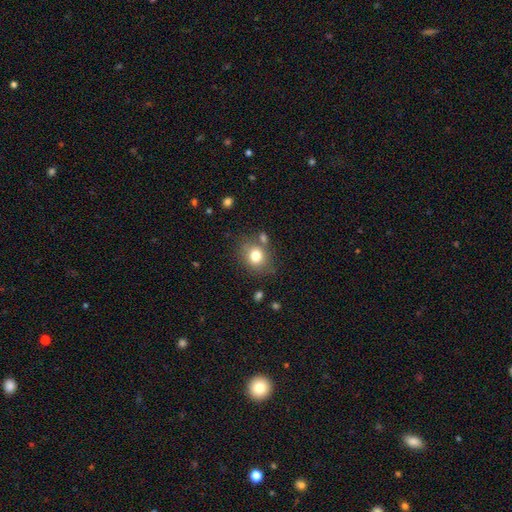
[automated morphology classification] This is likely a smooth galaxy (78%). How rounded: likely round (65%). Merging: likely none (71%).